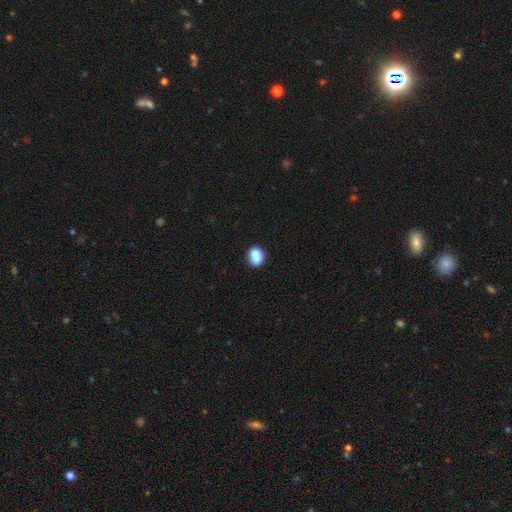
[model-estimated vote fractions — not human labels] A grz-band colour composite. It shows a smooth galaxy with no disk features (80%) that is in between round and cigar-shaped (55%). Merging: none (51%).